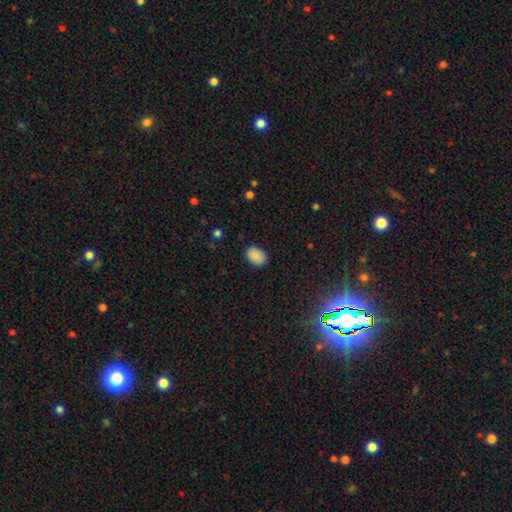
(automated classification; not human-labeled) A smooth galaxy with no disk features (89%) that is in between round and cigar-shaped (81%).

Vote fractions:
- Smooth or featured? smooth: 89% / star or artifact: 8% / featured or disk: 3%
- How rounded? in between: 81% / round: 18% / cigar-shaped: 1%
- Merging? none: 87% / minor disturbance: 10% / major disturbance: 2% / merger: 1%